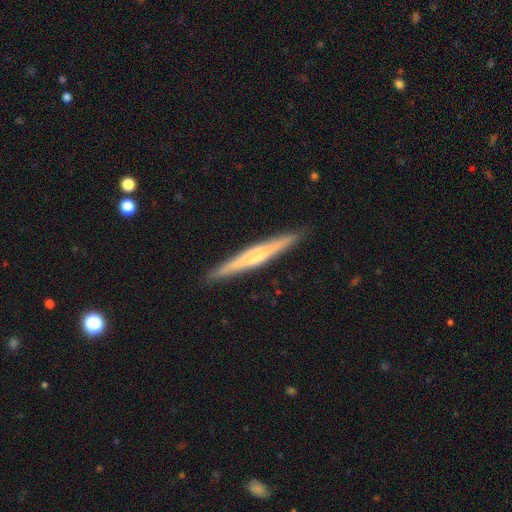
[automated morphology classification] smooth_or_featured: featured or disk (p=0.57) [alt: smooth p=0.37]
disk_edge_on: yes (p=0.97) [alt: no p=0.03]
edge_on_bulge: rounded (p=0.44) [alt: none p=0.37]
merging: none (p=0.91) [alt: minor disturbance p=0.07]